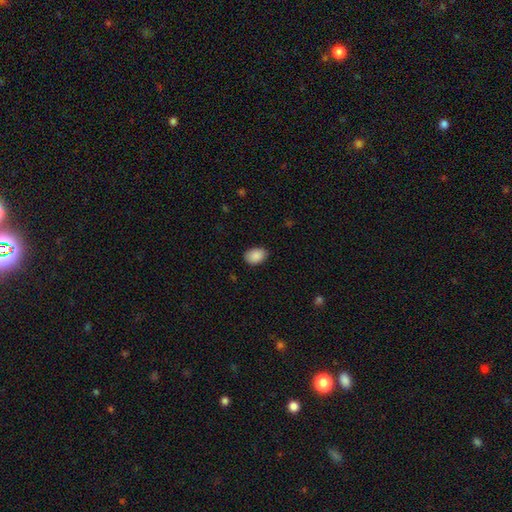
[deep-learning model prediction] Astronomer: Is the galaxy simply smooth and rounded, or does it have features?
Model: smooth — 90%.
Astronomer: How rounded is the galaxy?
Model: in between — 82%.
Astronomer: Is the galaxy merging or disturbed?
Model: none — 84%.